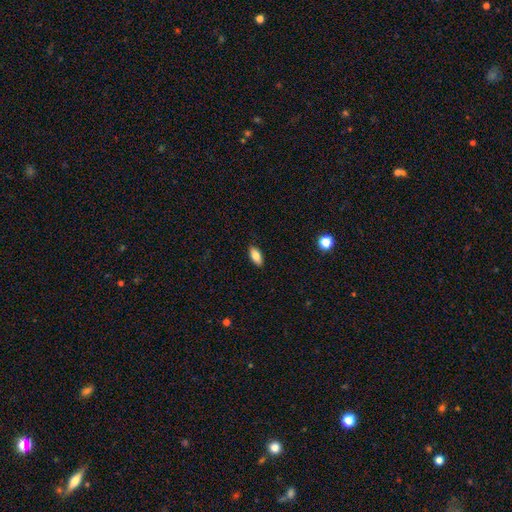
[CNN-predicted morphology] smooth 84%, featured or disk 9%, star or artifact 7%. Down the decision tree: how rounded — in between (89%); merging — none (88%).